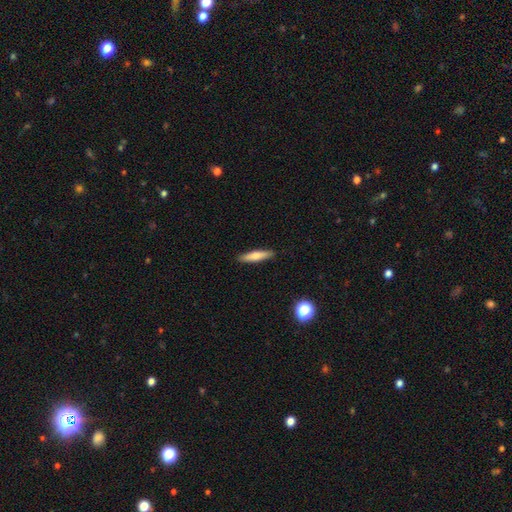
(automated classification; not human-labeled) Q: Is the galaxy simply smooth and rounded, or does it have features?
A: smooth — 71%.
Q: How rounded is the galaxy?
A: cigar-shaped — 80%.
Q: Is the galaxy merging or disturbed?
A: none — 89%.